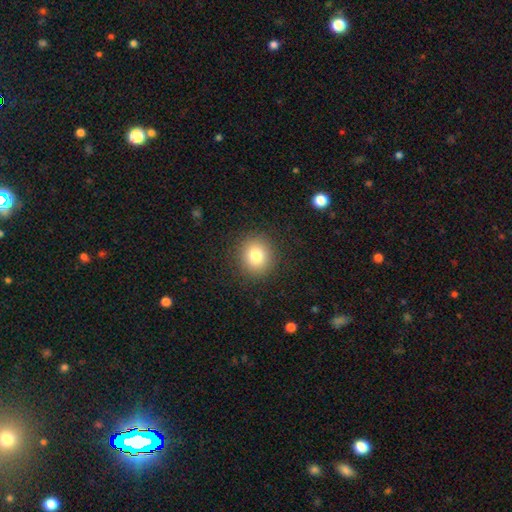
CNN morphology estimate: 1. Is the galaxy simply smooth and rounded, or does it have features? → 80% smooth, 11% star or artifact, 9% featured or disk.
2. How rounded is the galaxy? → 84% round, 15% in between, 1% cigar-shaped.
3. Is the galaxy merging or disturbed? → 90% none, 6% minor disturbance, 3% major disturbance, 1% merger.